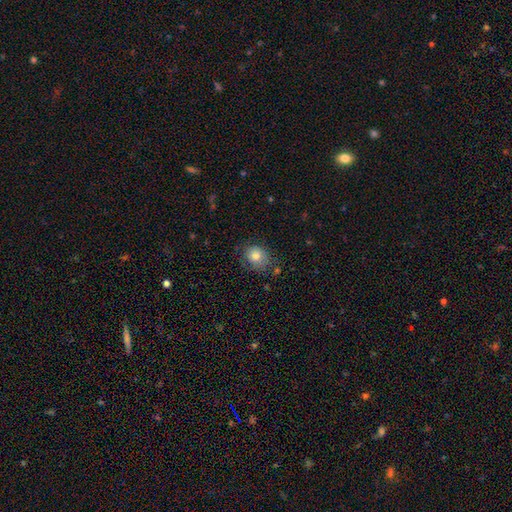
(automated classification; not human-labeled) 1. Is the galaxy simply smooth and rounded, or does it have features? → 79% smooth, 11% featured or disk, 9% star or artifact.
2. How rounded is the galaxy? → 65% round, 34% in between, 1% cigar-shaped.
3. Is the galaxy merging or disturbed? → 67% none, 23% minor disturbance, 7% major disturbance, 2% merger.